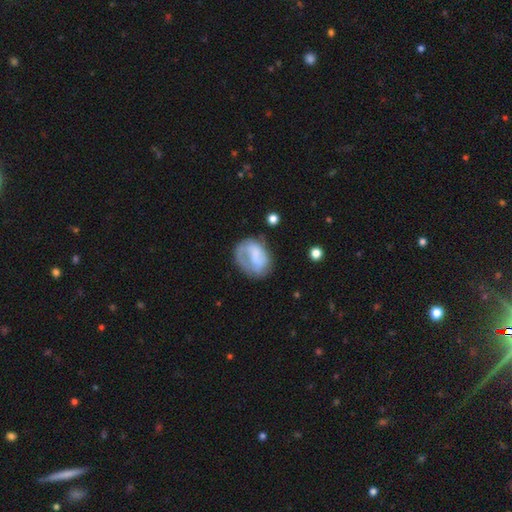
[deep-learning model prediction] smooth_or_featured: smooth (p=0.50) [alt: featured or disk p=0.42]
how_rounded: in between (p=0.61) [alt: round p=0.38]
merging: none (p=0.42) [alt: major disturbance p=0.27]